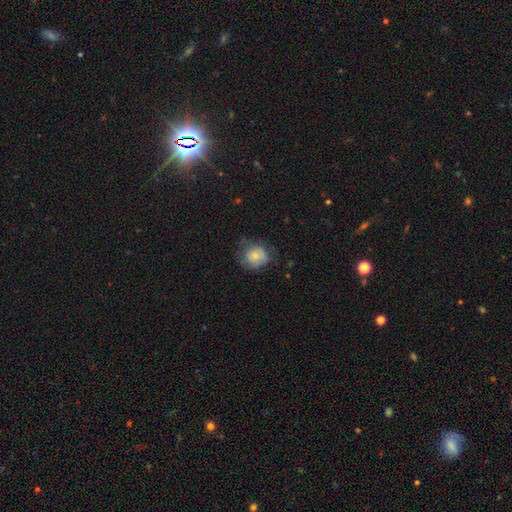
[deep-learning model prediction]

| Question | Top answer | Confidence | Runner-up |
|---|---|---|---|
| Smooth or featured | smooth | 72% | featured or disk (20%) |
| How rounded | round | 79% | in between (21%) |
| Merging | none | 54% | minor disturbance (30%) |